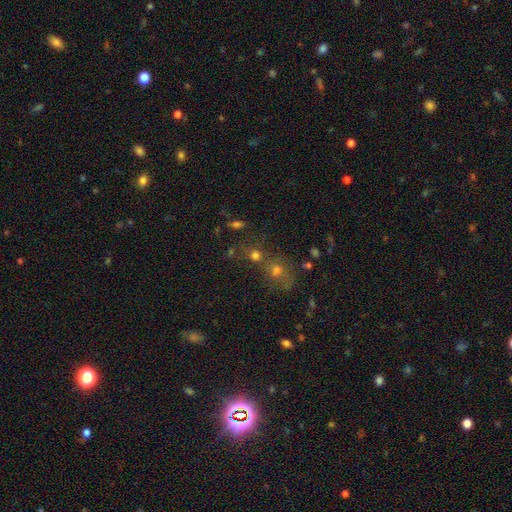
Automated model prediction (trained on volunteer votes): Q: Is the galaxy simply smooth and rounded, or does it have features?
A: smooth — 55%.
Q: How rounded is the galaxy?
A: round — 77%.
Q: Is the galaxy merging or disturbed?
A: none — 43%, tied with merger.